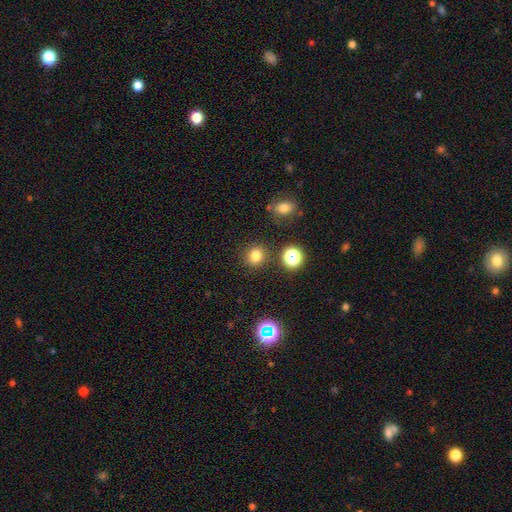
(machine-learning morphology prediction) Overall: smooth (77%). How rounded: round (73%). Merging: none (84%).